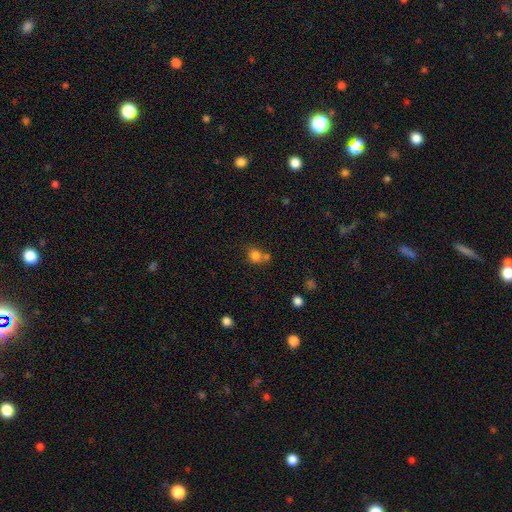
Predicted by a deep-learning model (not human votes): Smooth or featured: smooth — 80% (star or artifact — 13%)
How rounded: round — 78% (in between — 21%)
Merging: none — 51% (merger — 34%)